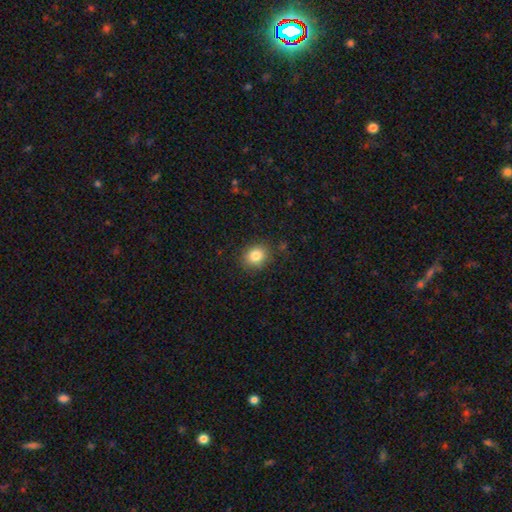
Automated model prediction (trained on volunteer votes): A smooth galaxy with no disk features (83%) that is round (64%).

Vote fractions:
- Smooth or featured? smooth: 83% / star or artifact: 10% / featured or disk: 7%
- How rounded? round: 64% / in between: 35% / cigar-shaped: 1%
- Merging? none: 86% / minor disturbance: 10% / major disturbance: 3% / merger: 1%